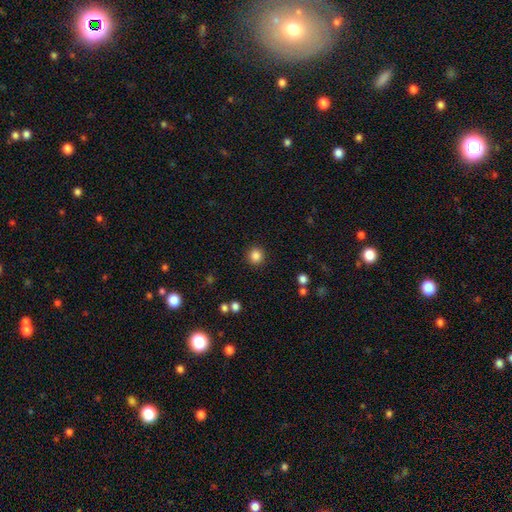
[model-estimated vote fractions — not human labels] Smooth or featured? Predicted: smooth (p=0.85). How rounded? Predicted: round (p=0.93). Merging? Predicted: none (p=0.91).